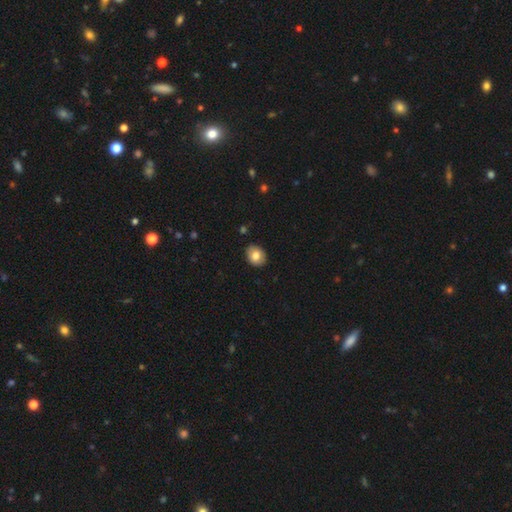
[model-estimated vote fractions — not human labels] Smooth or featured: smooth — 80% (featured or disk — 12%)
How rounded: in between — 59% (round — 40%)
Merging: none — 88% (minor disturbance — 9%)